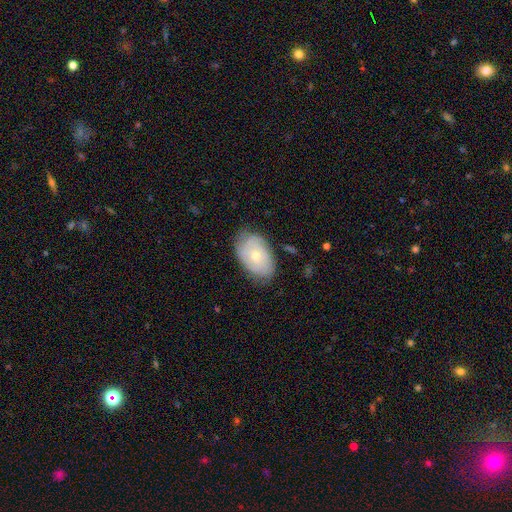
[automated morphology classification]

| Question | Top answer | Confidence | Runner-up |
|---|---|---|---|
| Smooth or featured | featured or disk | 53% | smooth (41%) |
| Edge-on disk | no | 93% | yes (7%) |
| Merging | none | 73% | minor disturbance (21%) |